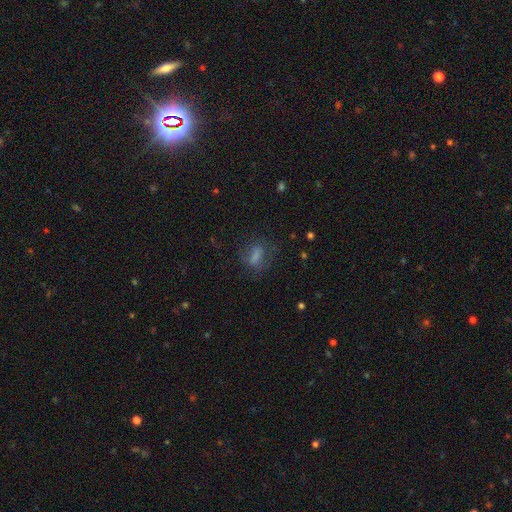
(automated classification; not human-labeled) smooth-or-featured: smooth: 69% | featured or disk: 18% | star or artifact: 13%
  how-rounded: in between: 66% | cigar-shaped: 18% | round: 16%
  merging: none: 63% | minor disturbance: 20% | major disturbance: 15% | merger: 2%